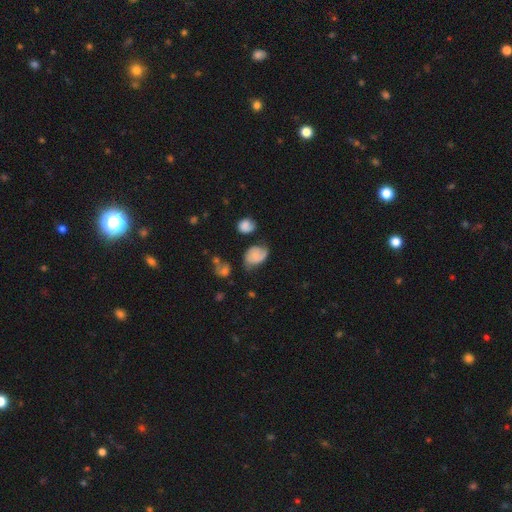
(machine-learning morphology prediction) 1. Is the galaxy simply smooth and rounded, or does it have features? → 49% smooth, 40% featured or disk, 10% star or artifact.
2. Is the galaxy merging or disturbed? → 49% none, 32% minor disturbance, 13% major disturbance, 6% merger.